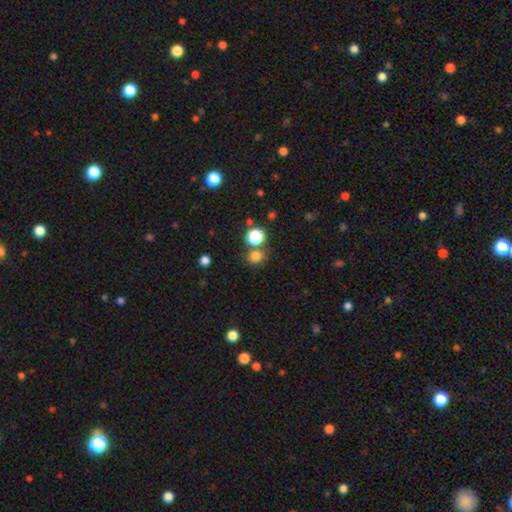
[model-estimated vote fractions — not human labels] smooth-or-featured: smooth: 75% | star or artifact: 20% | featured or disk: 5%
  how-rounded: round: 84% | in between: 15% | cigar-shaped: 1%
  merging: none: 72% | merger: 16% | minor disturbance: 9% | major disturbance: 4%